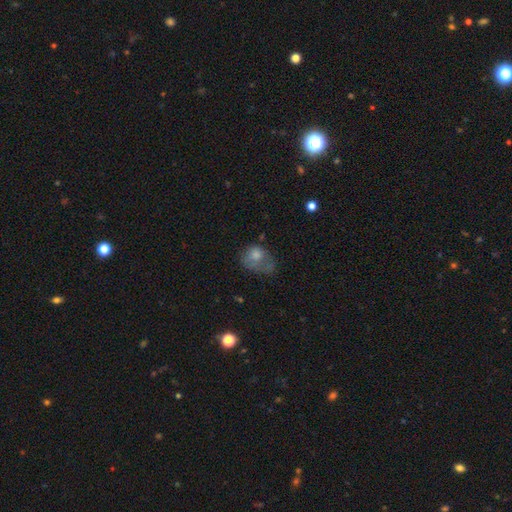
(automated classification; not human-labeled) This appears to be a smooth galaxy with no disk features (68%) that is in between round and cigar-shaped (58%). Merging: major disturbance (43%).